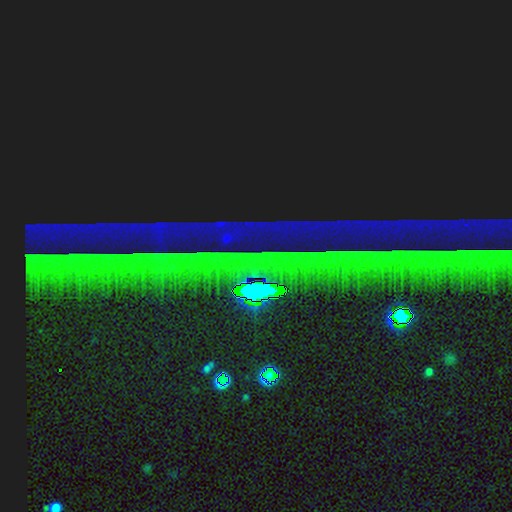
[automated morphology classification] smooth-or-featured: star or artifact: 87% | featured or disk: 7% | smooth: 6%